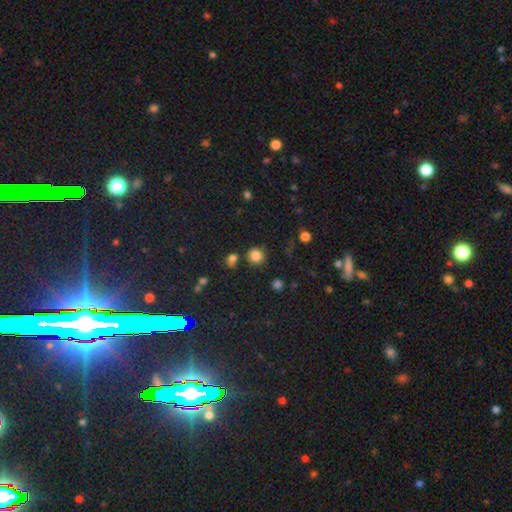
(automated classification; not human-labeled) Smooth or featured: smooth — 82% (star or artifact — 14%)
How rounded: round — 89% (in between — 10%)
Merging: none — 78% (minor disturbance — 10%)